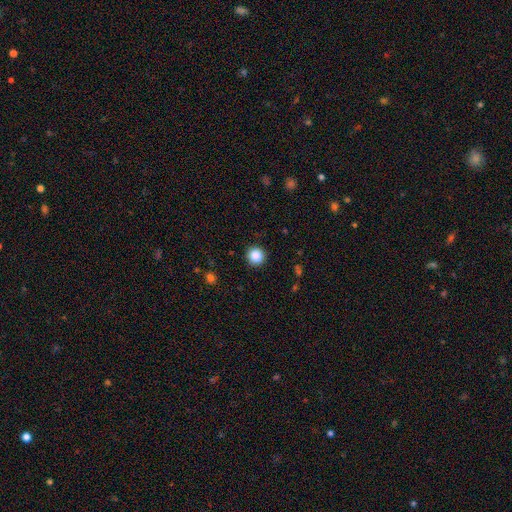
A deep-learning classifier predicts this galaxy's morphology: This is clearly a smooth galaxy (86%). How rounded: clearly round (94%). Merging: clearly none (92%).